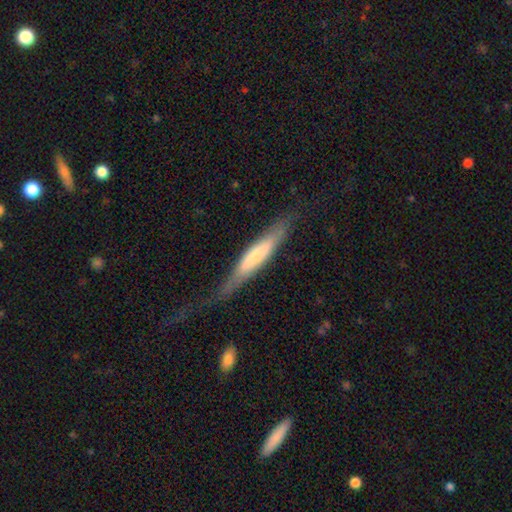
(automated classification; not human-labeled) A featured or disk galaxy (48%).

Vote fractions:
- Smooth or featured? featured or disk: 48% / smooth: 46% / star or artifact: 6%
- Merging? none: 58% / minor disturbance: 23% / major disturbance: 17% / merger: 3%